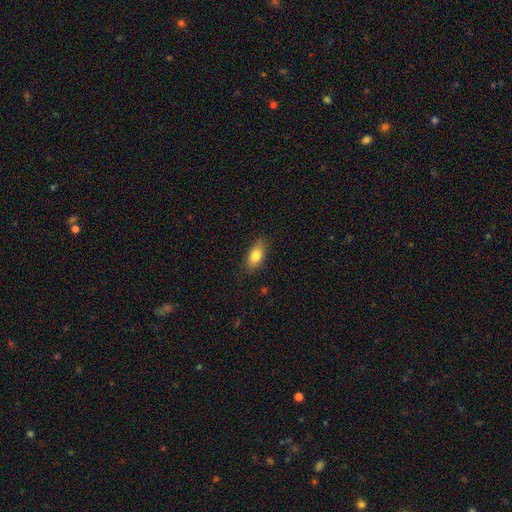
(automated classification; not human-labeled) Overall: smooth (82%). How rounded: in between (88%). Merging: none (84%).